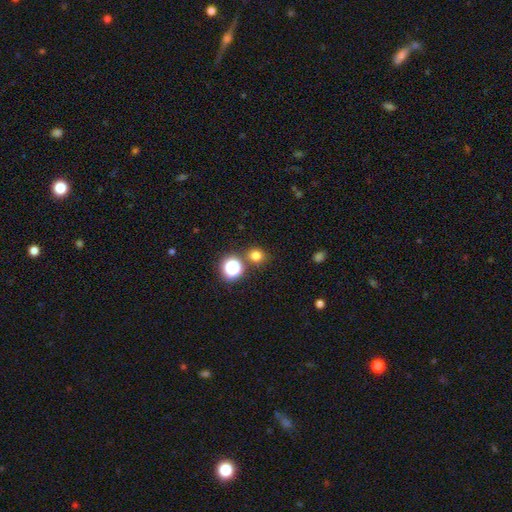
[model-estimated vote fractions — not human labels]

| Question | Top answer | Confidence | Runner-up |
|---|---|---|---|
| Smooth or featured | smooth | 74% | star or artifact (20%) |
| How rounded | round | 86% | in between (13%) |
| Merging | none | 80% | merger (9%) |